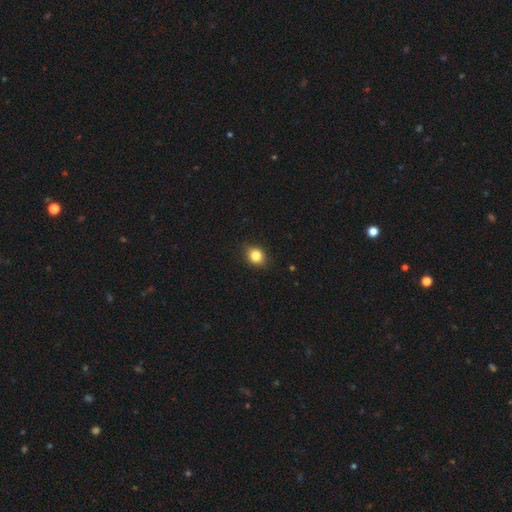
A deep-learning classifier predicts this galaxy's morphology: Smooth or featured? smooth (82%)
How rounded? round (56%)
Merging? none (84%)